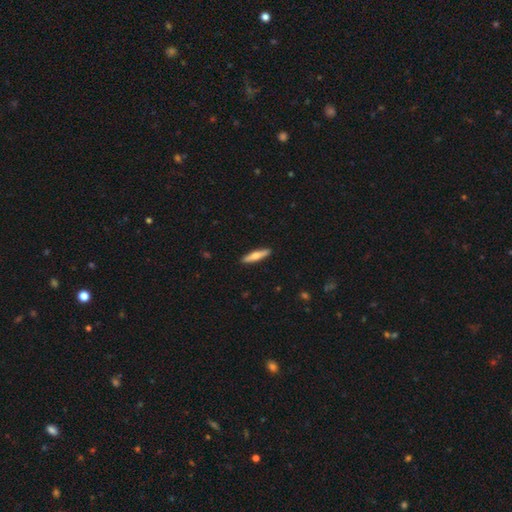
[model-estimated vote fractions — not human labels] smooth-or-featured: smooth: 57% | featured or disk: 38% | star or artifact: 5%
  how-rounded: cigar-shaped: 84% | in between: 14% | round: 2%
  merging: none: 91% | minor disturbance: 6% | major disturbance: 1% | merger: 1%